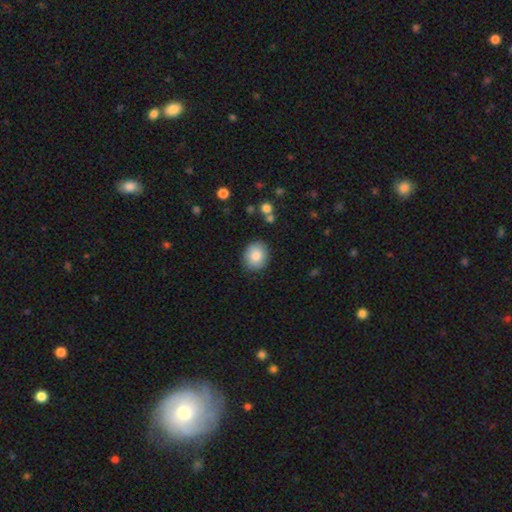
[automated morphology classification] Smooth or featured?
  - smooth: 82% *
  - featured or disk: 10%
  - star or artifact: 8%
How rounded?
  - round: 65% *
  - in between: 34%
  - cigar-shaped: 1%
Merging?
  - none: 86% *
  - minor disturbance: 10%
  - major disturbance: 2%
  - merger: 2%